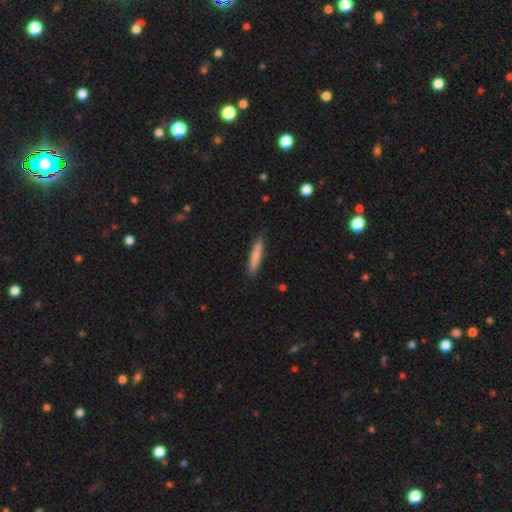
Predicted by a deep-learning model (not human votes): smooth_or_featured: smooth (p=0.80) [alt: featured or disk p=0.15]
how_rounded: cigar-shaped (p=0.91) [alt: in between p=0.07]
merging: none (p=0.83) [alt: minor disturbance p=0.14]